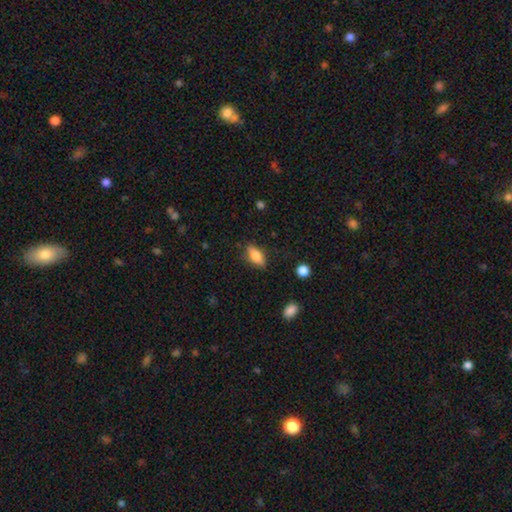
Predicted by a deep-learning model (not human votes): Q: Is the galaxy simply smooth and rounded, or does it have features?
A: smooth — 72%.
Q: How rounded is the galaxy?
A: in between — 76%.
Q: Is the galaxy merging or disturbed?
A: none — 82%.